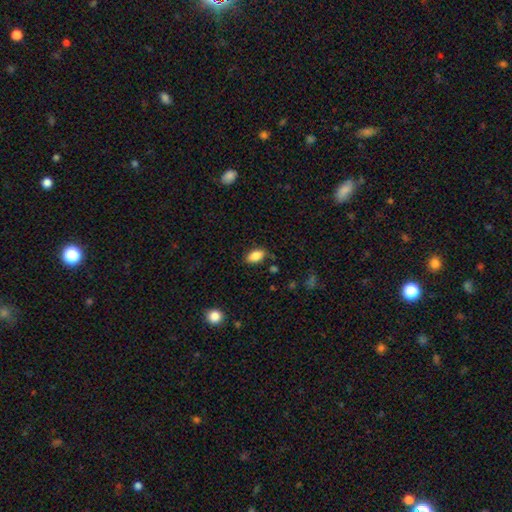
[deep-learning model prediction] smooth-or-featured: smooth: 86% | star or artifact: 8% | featured or disk: 6%
  how-rounded: in between: 90% | round: 5% | cigar-shaped: 4%
  merging: none: 82% | minor disturbance: 13% | major disturbance: 3% | merger: 2%